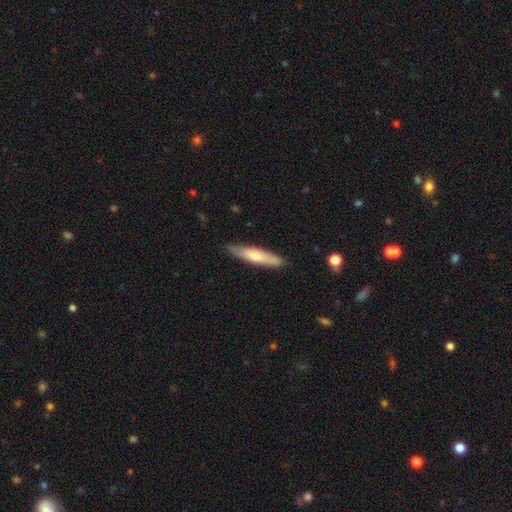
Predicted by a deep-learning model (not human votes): A smooth galaxy with no disk features (58%) that is cigar-shaped (86%).

Vote fractions:
- Smooth or featured? smooth: 58% / featured or disk: 36% / star or artifact: 6%
- How rounded? cigar-shaped: 86% / in between: 13% / round: 1%
- Merging? none: 86% / minor disturbance: 11% / major disturbance: 2% / merger: 1%